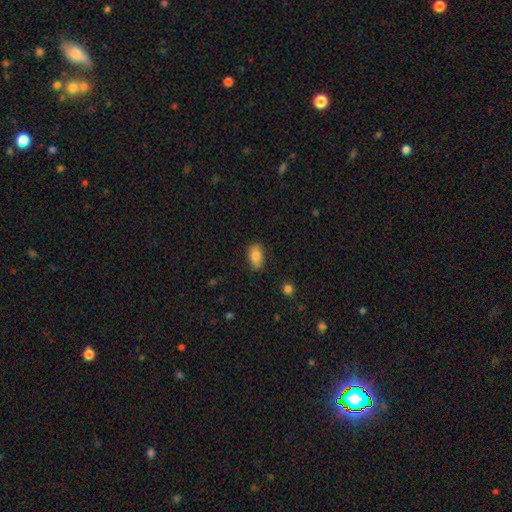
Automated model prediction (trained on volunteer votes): Morphology: type=smooth (82%); roundness=in between (89%); merging=none (82%).